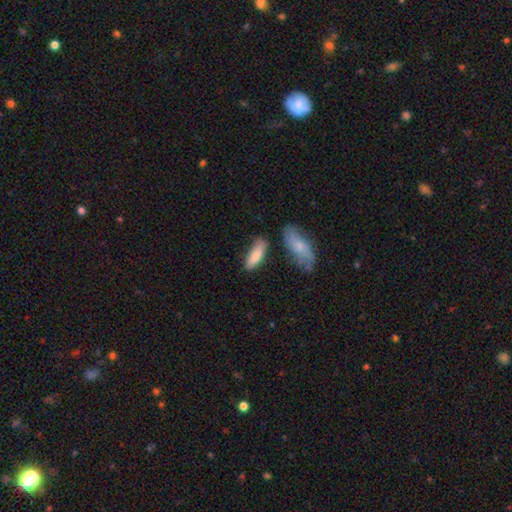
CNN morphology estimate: The model was most divided on "how rounded": in between: 59%, cigar-shaped: 39%, round: 2%. More confident: smooth or featured — smooth (83%); merging — none (66%).